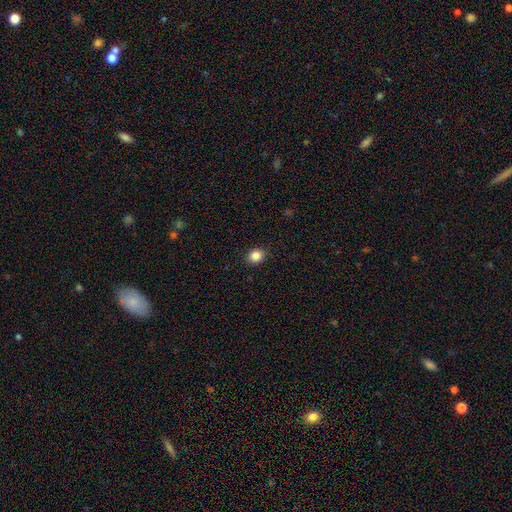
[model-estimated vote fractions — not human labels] Smooth or featured: smooth — 86% (star or artifact — 10%)
How rounded: round — 67% (in between — 32%)
Merging: none — 90% (minor disturbance — 7%)